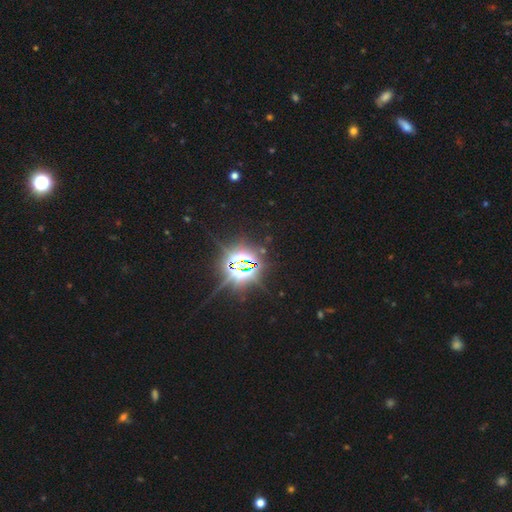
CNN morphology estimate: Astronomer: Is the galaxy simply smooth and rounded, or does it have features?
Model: star or artifact — 86%.